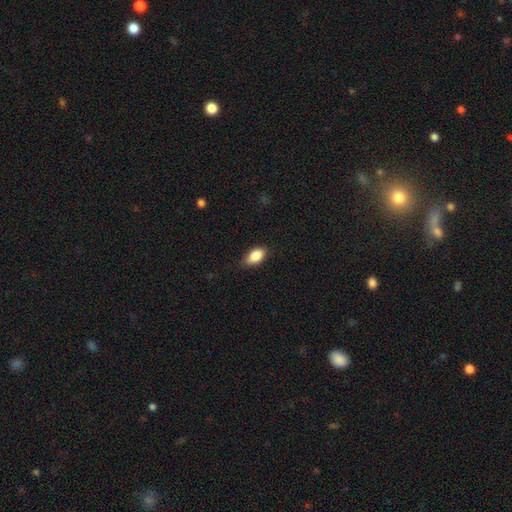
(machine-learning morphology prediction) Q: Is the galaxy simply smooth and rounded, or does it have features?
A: smooth — 86%.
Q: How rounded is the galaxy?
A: in between — 91%.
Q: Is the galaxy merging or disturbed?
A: none — 78%.